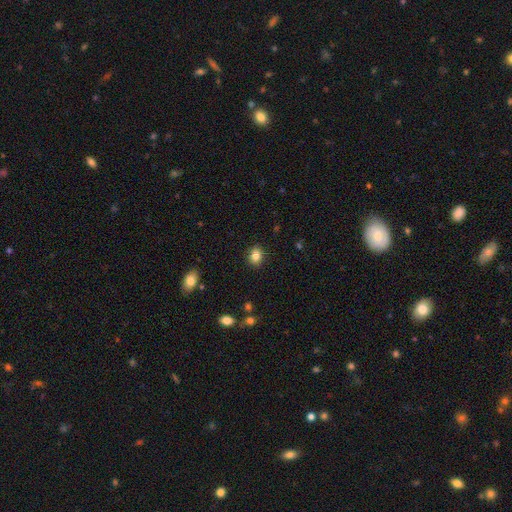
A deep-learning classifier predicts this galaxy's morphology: This appears to be a smooth galaxy with no disk features (83%) that is round (53%). Merging: none (89%).